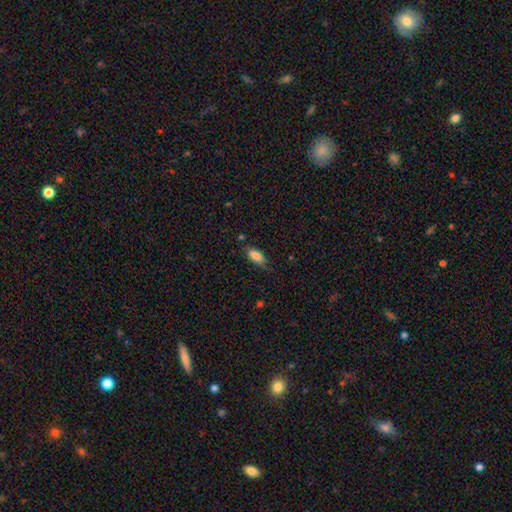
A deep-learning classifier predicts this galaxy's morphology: smooth_or_featured: smooth (p=0.83) [alt: featured or disk p=0.09]
how_rounded: in between (p=0.86) [alt: cigar-shaped p=0.12]
merging: none (p=0.70) [alt: minor disturbance p=0.23]